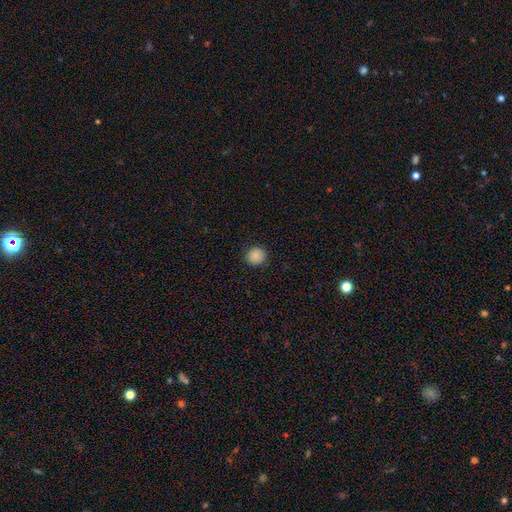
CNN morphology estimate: smooth 87%, star or artifact 9%, featured or disk 3%. Down the decision tree: how rounded — round (92%); merging — none (90%).